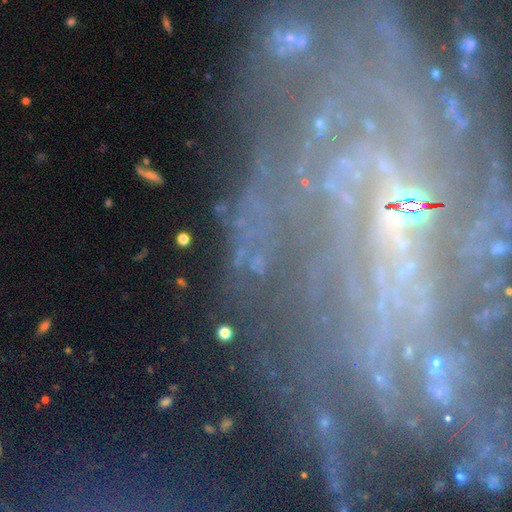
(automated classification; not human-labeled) featured or disk 60%, star or artifact 27%, smooth 13%. Down the decision tree: edge-on disk — no (90%); bar — no (46%); spiral arms — yes (85%); bulge size — small (58%); merging — none (72%).